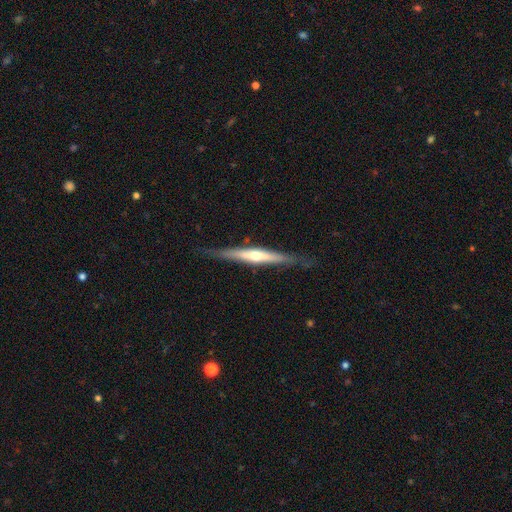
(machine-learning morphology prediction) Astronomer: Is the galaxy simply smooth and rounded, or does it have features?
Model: featured or disk — 67%.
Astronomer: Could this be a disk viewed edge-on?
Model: yes — 95%.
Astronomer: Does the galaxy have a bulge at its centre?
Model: rounded — 80%.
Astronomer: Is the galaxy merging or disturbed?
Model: none — 82%.